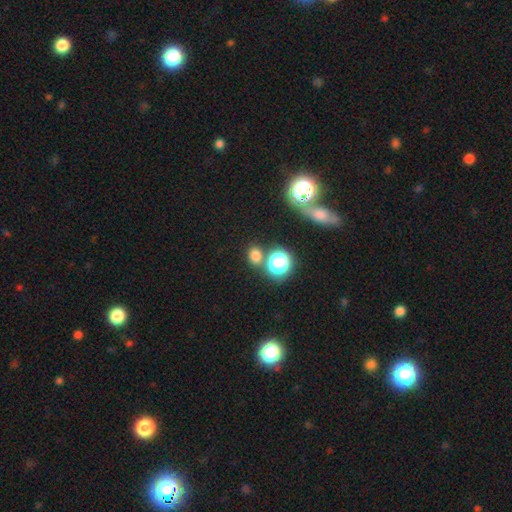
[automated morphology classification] This appears to be a smooth galaxy with no disk features (71%) that is round (59%). Merging: none (73%).